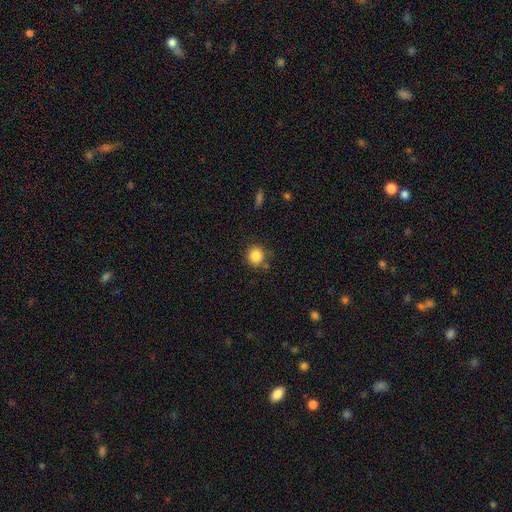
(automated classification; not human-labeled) This is clearly a smooth galaxy (86%). How rounded: clearly round (86%). Merging: likely none (80%).